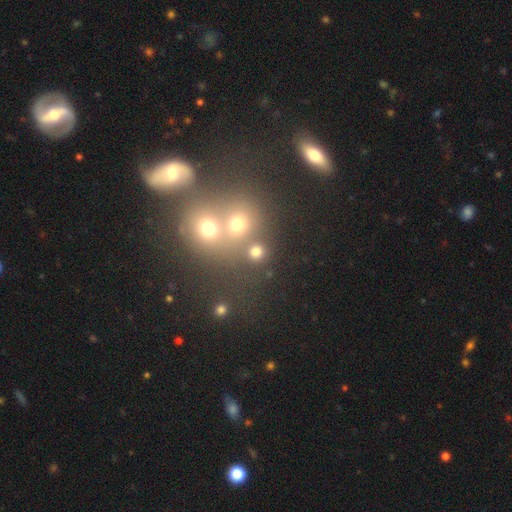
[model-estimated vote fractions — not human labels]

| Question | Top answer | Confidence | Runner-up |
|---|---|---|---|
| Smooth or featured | smooth | 65% | star or artifact (23%) |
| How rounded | round | 82% | in between (16%) |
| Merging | none | 56% | merger (33%) |